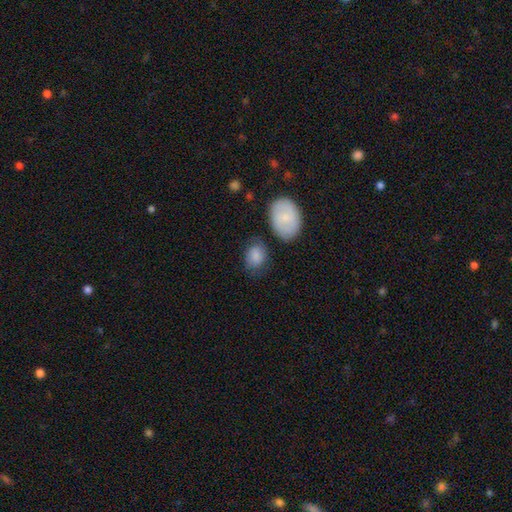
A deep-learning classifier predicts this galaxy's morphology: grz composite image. It shows a smooth galaxy with no disk features (83%) that is in between round and cigar-shaped (72%). Merging: none (64%).